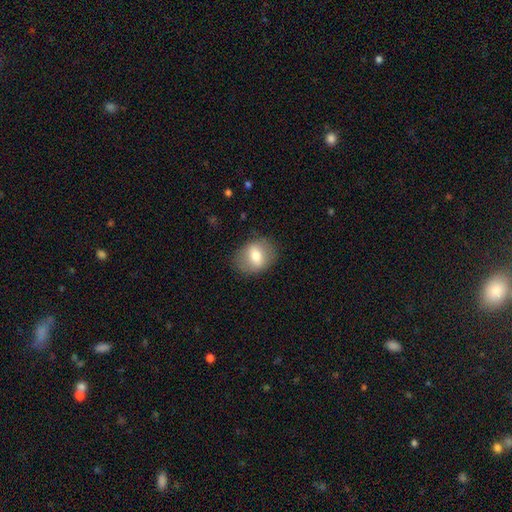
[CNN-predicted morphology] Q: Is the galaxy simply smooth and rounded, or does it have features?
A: smooth — 67%.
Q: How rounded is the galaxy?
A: in between — 60%.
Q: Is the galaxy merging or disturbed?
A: none — 80%.